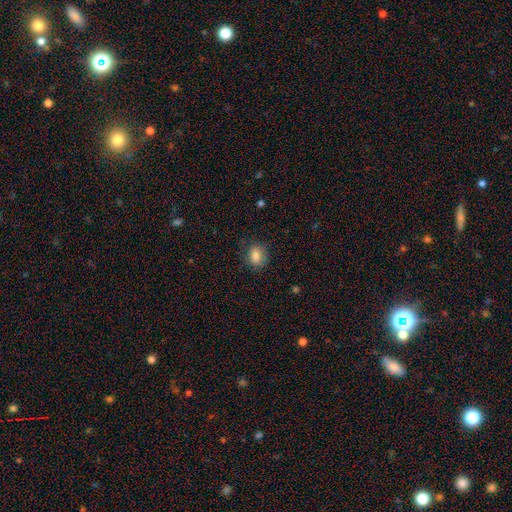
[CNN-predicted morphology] Smooth or featured: smooth — 84% (star or artifact — 9%)
How rounded: in between — 55% (round — 43%)
Merging: none — 80% (minor disturbance — 15%)